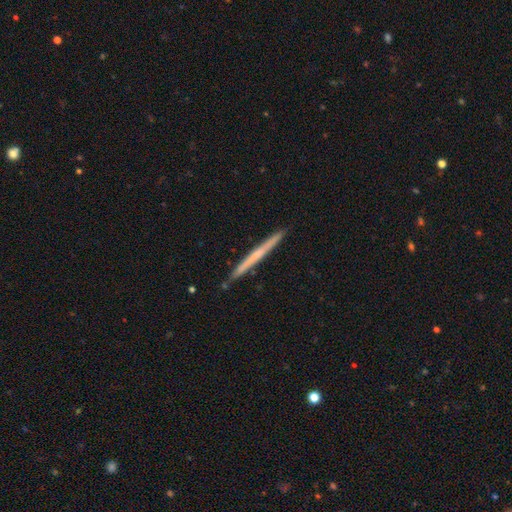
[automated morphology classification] smooth-or-featured: featured or disk: 53% | smooth: 41% | star or artifact: 6%
  disk-edge-on: yes: 98% | no: 2%
    edge-on-bulge: none: 80% | rounded: 16% | boxy: 4%
  merging: none: 91% | minor disturbance: 7% | merger: 1% | major disturbance: 1%